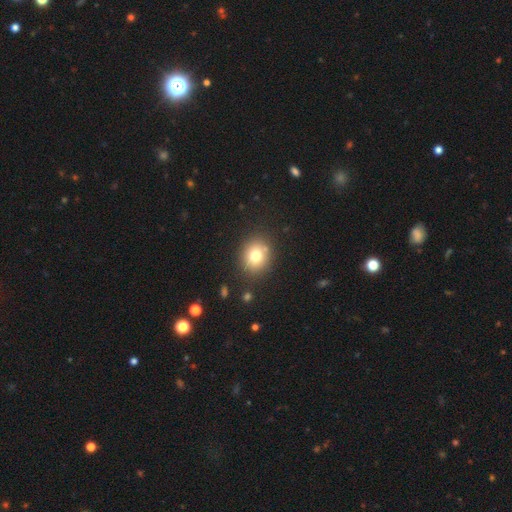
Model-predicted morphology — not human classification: Smooth or featured? Predicted: smooth (p=0.77). How rounded? Predicted: round (p=0.68). Merging? Predicted: none (p=0.85).